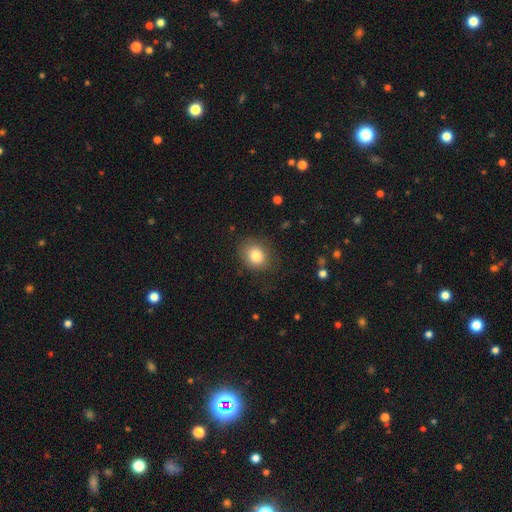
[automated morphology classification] A smooth galaxy with no disk features (82%) that is round (61%). Merging: none (78%).